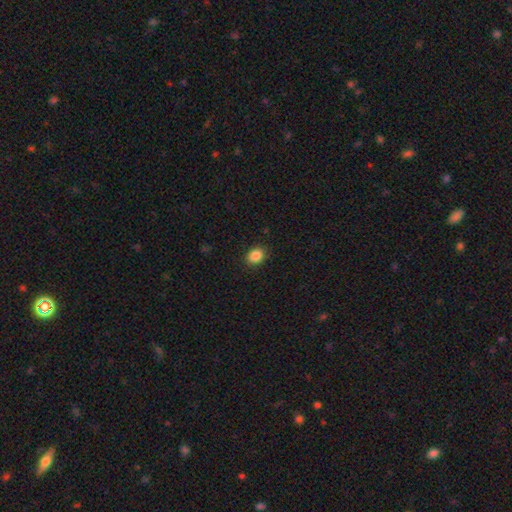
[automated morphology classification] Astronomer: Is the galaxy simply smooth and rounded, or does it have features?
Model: smooth — 87%.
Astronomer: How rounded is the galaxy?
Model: in between — 57% (runner-up: round, 42%).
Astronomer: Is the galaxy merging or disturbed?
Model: none — 89%.